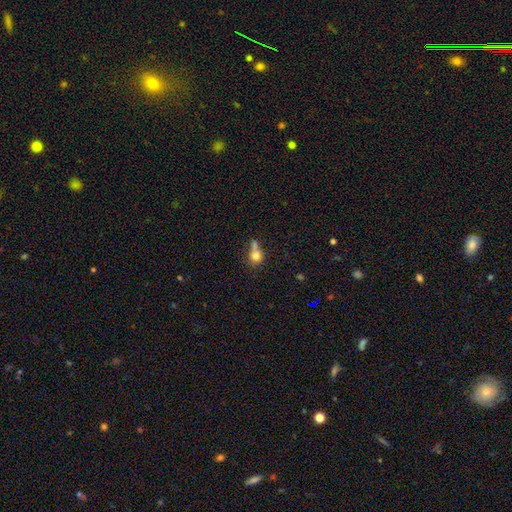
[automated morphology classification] This appears to be a smooth galaxy with no disk features (76%) that is round (75%). Merging: none (36%, tied with merger).